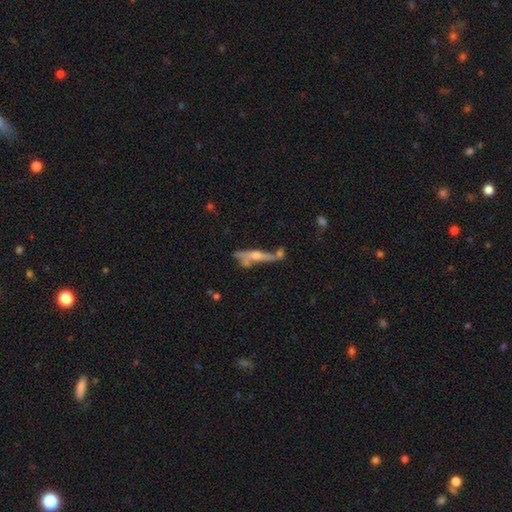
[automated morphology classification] Overall: featured or disk (63%; smooth 27%). Edge-on disk: yes (73%). Merging: none (37%; merger 26%).